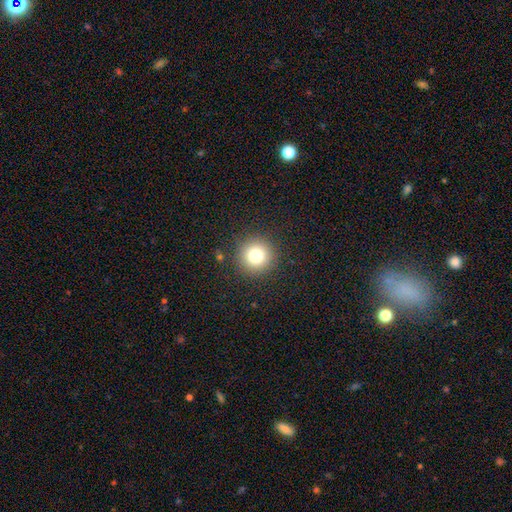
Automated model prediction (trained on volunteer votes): Morphology: type=smooth (78%); roundness=round (96%); merging=none (91%).